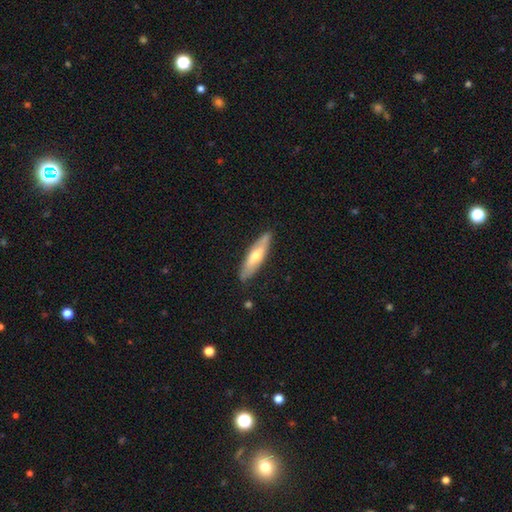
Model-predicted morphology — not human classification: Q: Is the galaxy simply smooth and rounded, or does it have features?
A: smooth — 49%.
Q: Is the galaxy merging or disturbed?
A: none — 84%.